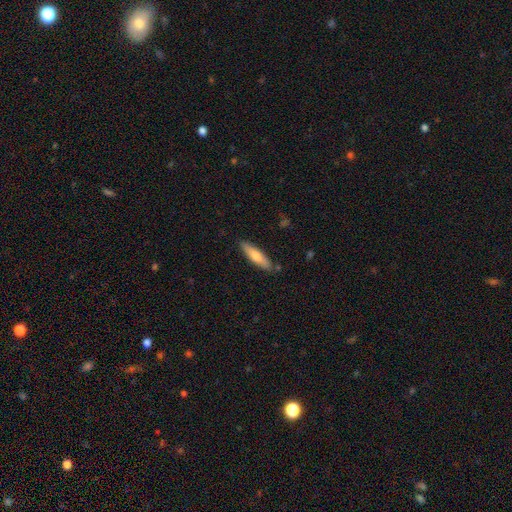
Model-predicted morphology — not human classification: Smooth or featured? Predicted: smooth (p=0.65). How rounded? Predicted: cigar-shaped (p=0.74). Merging? Predicted: none (p=0.86).